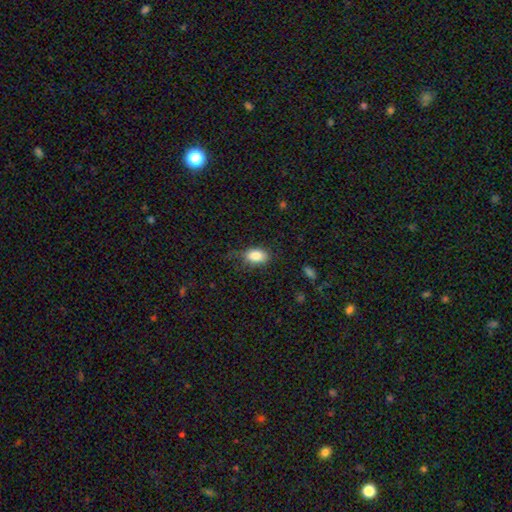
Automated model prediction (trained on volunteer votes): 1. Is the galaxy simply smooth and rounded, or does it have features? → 86% smooth, 8% star or artifact, 7% featured or disk.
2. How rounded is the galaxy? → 88% in between, 10% round, 2% cigar-shaped.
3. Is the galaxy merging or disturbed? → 64% none, 25% minor disturbance, 9% major disturbance, 2% merger.